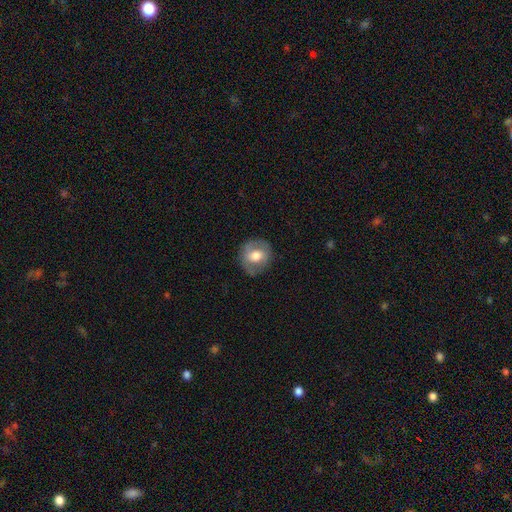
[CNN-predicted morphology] smooth 55%, featured or disk 38%, star or artifact 7%. Down the decision tree: how rounded — round (82%); merging — none (79%).